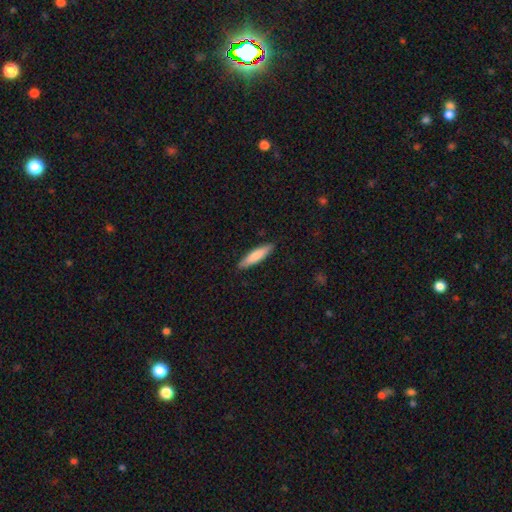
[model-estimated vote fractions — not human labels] smooth-or-featured: smooth: 81% | featured or disk: 14% | star or artifact: 5%
  how-rounded: cigar-shaped: 80% | in between: 19% | round: 1%
  merging: none: 90% | minor disturbance: 8% | major disturbance: 2% | merger: 1%